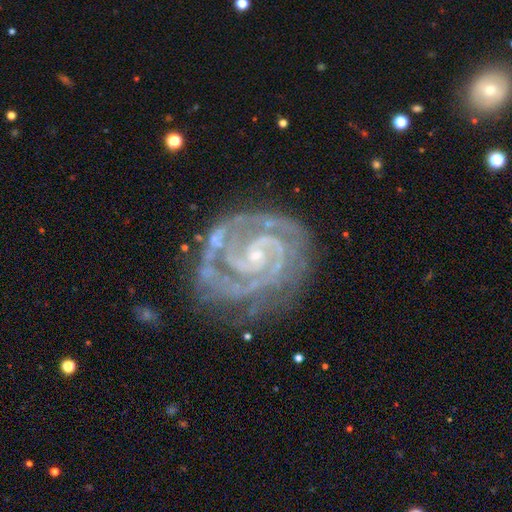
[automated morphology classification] This is clearly a featured or disk galaxy (93%). It is clearly not viewed edge-on (98%). Bar: possibly no (57%). Spiral arm pattern: clearly yes (99%). Spiral arm count: likely 2 (63%). Spiral winding: likely tight (75%). Central bulge: clearly small (83%). Merging: likely none (71%).